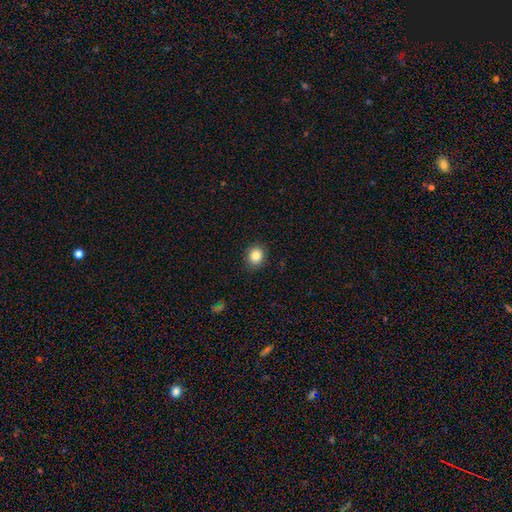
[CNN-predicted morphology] This is clearly a smooth galaxy (84%). How rounded: likely round (73%). Merging: clearly none (88%).